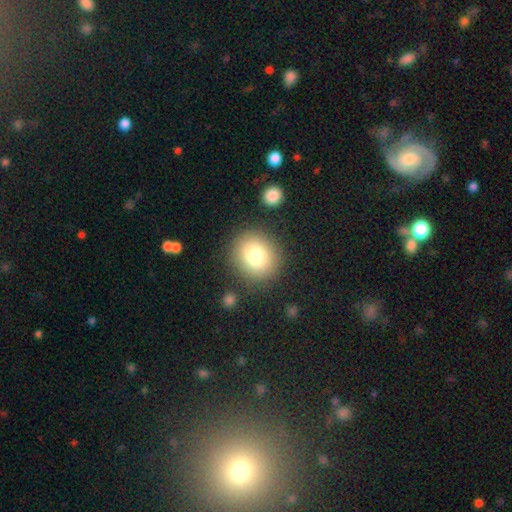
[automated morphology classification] This is clearly a smooth galaxy (81%). How rounded: clearly round (81%). Merging: clearly none (84%).